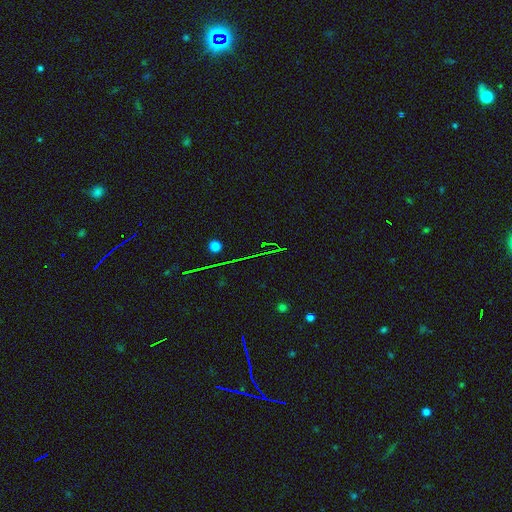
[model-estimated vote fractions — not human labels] Morphology: type=star or artifact (77%).